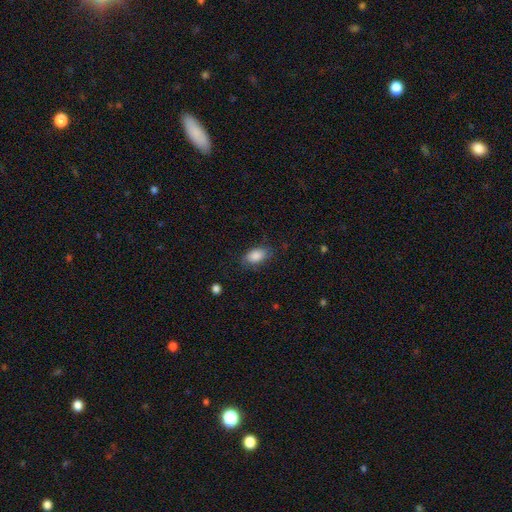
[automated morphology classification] Smooth or featured: smooth — 85% (featured or disk — 8%)
How rounded: in between — 91% (round — 6%)
Merging: none — 73% (minor disturbance — 20%)